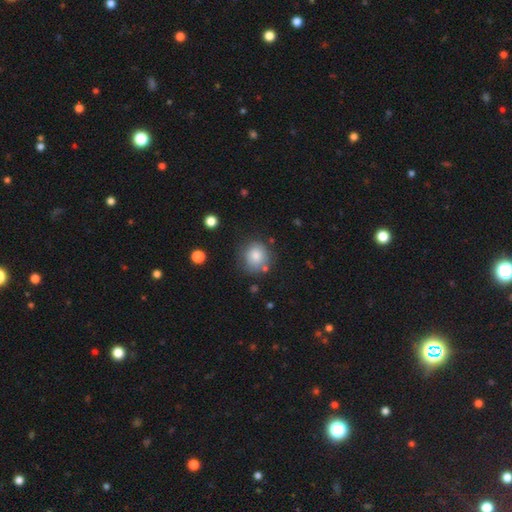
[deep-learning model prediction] The model was most divided on "merging": none: 70%, minor disturbance: 18%, merger: 6%, major disturbance: 6%. More confident: how rounded — round (84%); smooth or featured — smooth (80%).